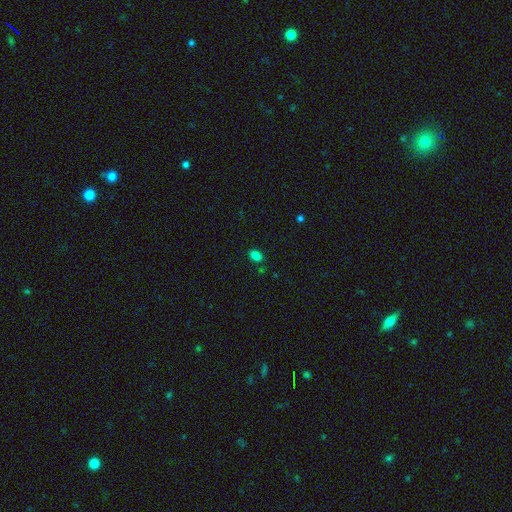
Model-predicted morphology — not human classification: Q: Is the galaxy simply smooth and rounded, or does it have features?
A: smooth — 82%.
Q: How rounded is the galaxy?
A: in between — 80%.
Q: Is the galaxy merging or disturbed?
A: none — 83%.